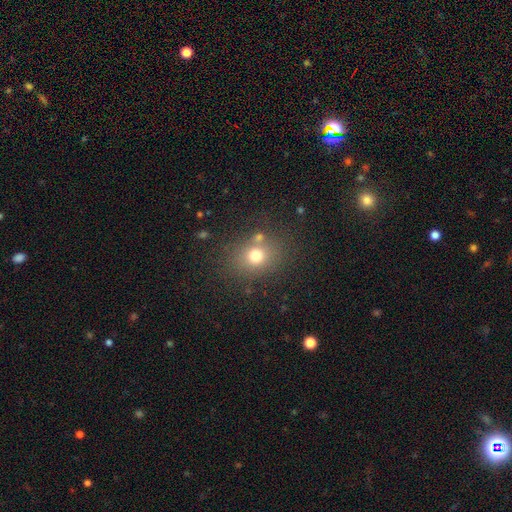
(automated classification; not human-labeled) Smooth or featured? Predicted: smooth (p=0.72). How rounded? Predicted: round (p=0.67). Merging? Predicted: none (p=0.72).